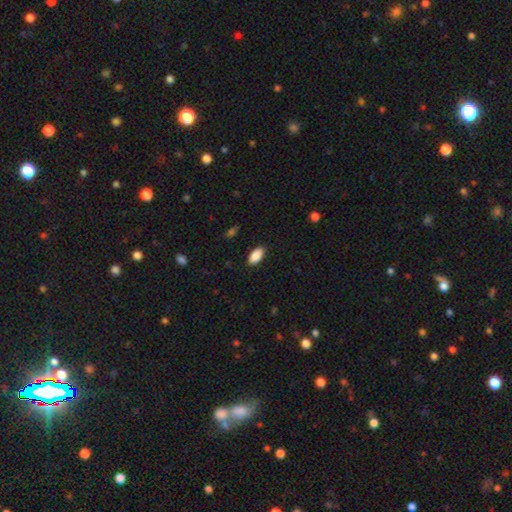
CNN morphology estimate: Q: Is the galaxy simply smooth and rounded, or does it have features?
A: smooth — 89%.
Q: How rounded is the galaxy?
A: in between — 92%.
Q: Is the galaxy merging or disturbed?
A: none — 89%.